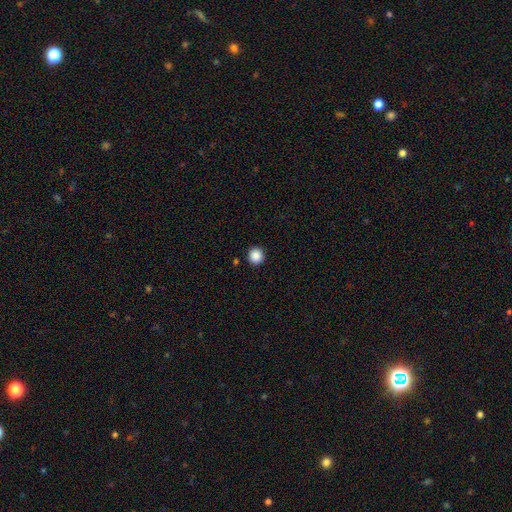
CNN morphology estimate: smooth 88%, star or artifact 10%, featured or disk 2%. Down the decision tree: how rounded — round (95%); merging — none (93%).